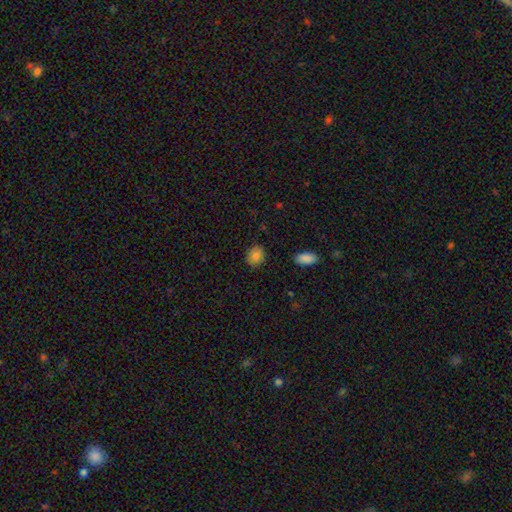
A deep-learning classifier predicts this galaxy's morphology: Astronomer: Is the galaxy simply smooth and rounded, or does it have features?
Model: smooth — 86%.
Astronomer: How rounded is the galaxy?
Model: round — 60% (runner-up: in between, 39%).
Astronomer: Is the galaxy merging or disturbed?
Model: none — 87%.